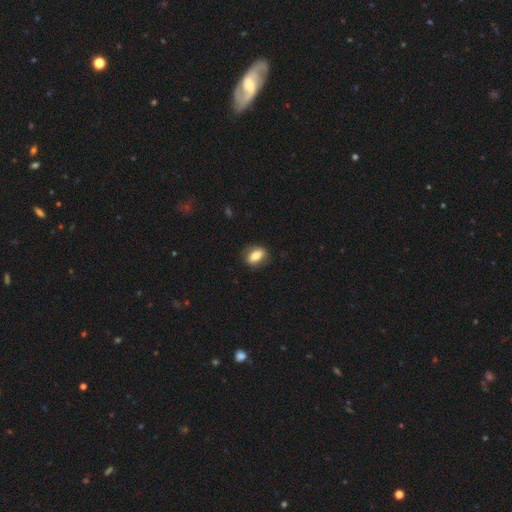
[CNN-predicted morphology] Overall: smooth (71%). How rounded: in between (77%). Merging: none (83%).